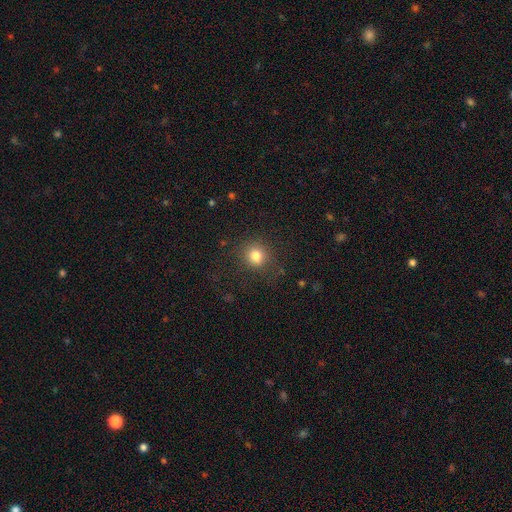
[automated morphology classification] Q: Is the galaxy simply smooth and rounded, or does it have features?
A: smooth — 80%.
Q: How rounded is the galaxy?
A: round — 86%.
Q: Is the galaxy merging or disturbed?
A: none — 84%.